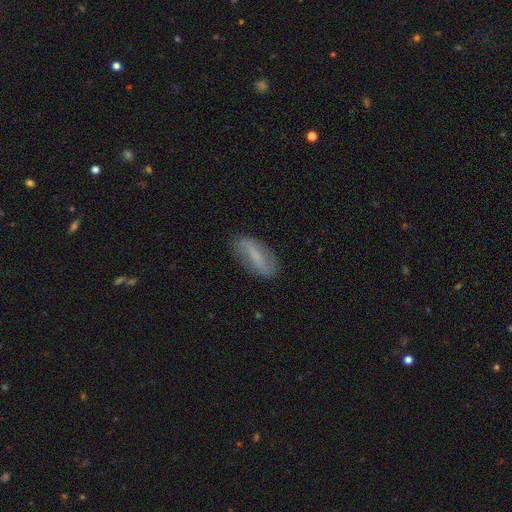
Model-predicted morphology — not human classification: smooth-or-featured: smooth: 51% | featured or disk: 41% | star or artifact: 8%
  how-rounded: in between: 69% | cigar-shaped: 27% | round: 3%
  merging: none: 82% | minor disturbance: 14% | major disturbance: 3% | merger: 1%